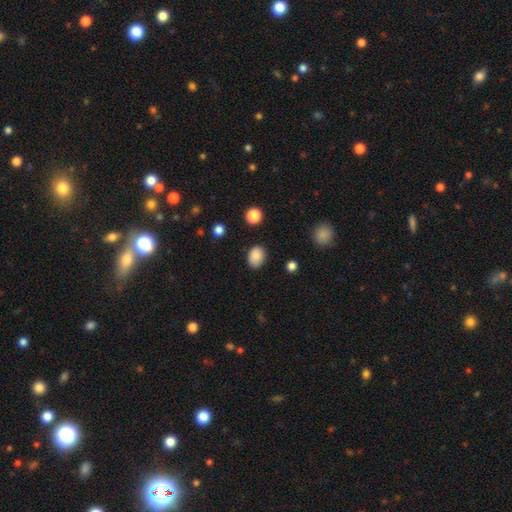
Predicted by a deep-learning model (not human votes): The model was most divided on "how rounded": in between: 69%, round: 30%, cigar-shaped: 1%. More confident: smooth or featured — smooth (87%); merging — none (83%).